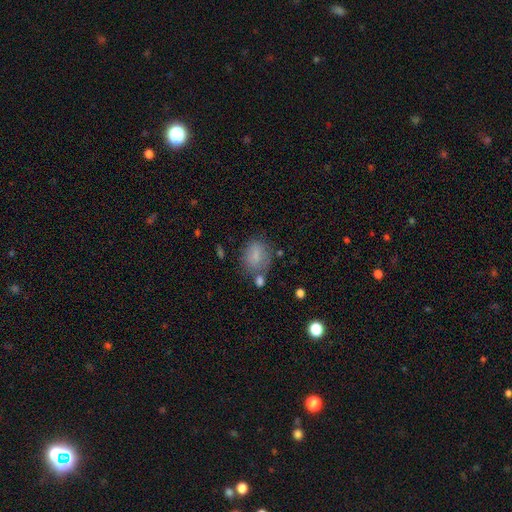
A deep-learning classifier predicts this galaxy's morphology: This appears to be a smooth galaxy with no disk features (78%) that is in between round and cigar-shaped (55%). Merging: none (60%).